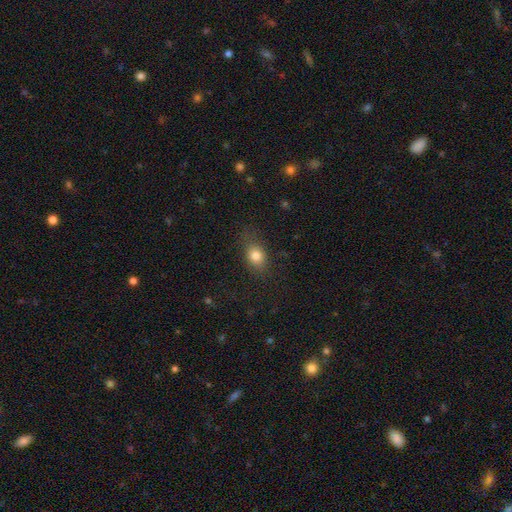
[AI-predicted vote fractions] smooth_or_featured: smooth (p=0.81) [alt: star or artifact p=0.11]
how_rounded: in between (p=0.62) [alt: round p=0.35]
merging: none (p=0.74) [alt: minor disturbance p=0.17]